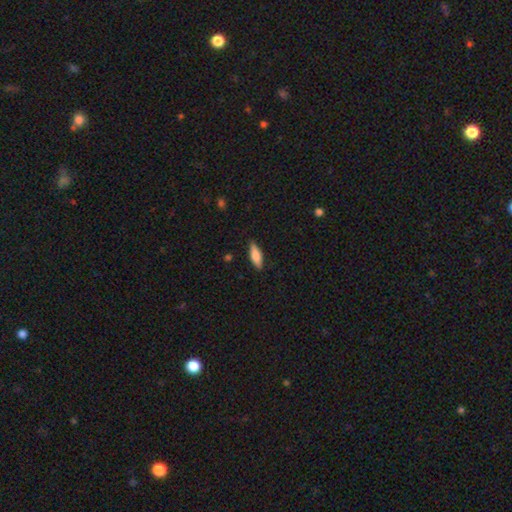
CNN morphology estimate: A smooth galaxy with no disk features (76%) that is in between round and cigar-shaped (58%).

Vote fractions:
- Smooth or featured? smooth: 76% / featured or disk: 18% / star or artifact: 6%
- How rounded? in between: 58% / cigar-shaped: 40% / round: 2%
- Merging? none: 87% / minor disturbance: 10% / major disturbance: 2% / merger: 1%